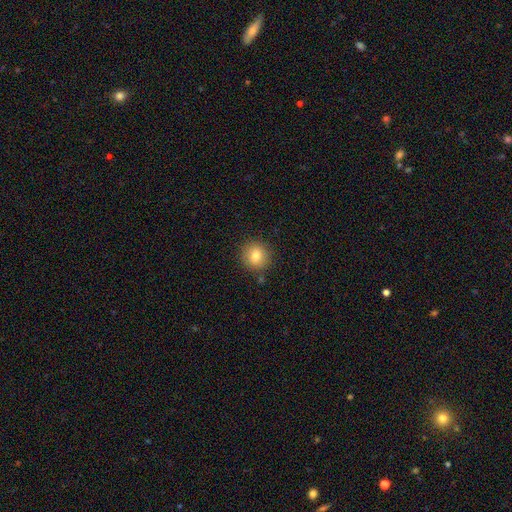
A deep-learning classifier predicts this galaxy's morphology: Overall: smooth (81%). How rounded: round (91%). Merging: none (87%).